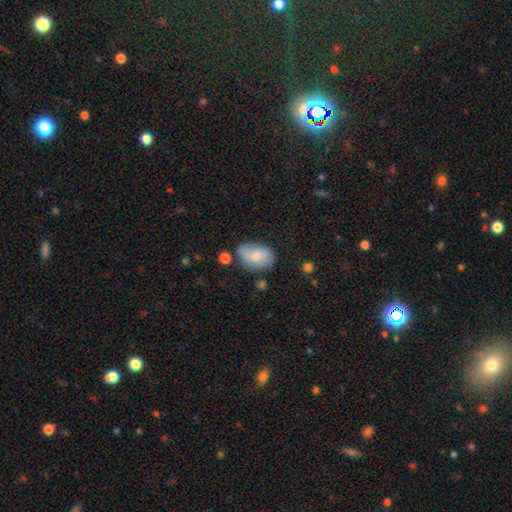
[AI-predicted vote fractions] Smooth or featured? smooth (62%)
How rounded? in between (83%)
Merging? none (60%)